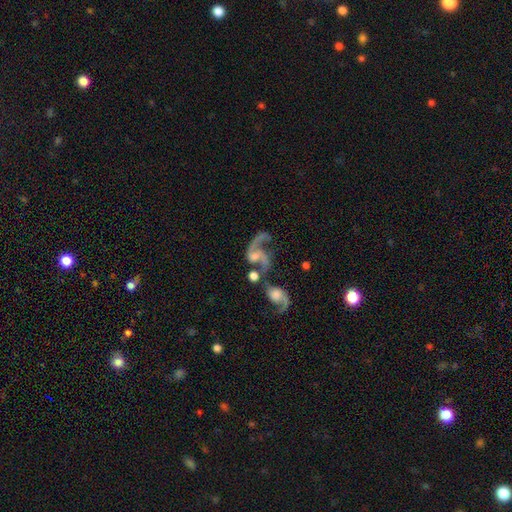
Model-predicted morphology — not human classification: type=featured or disk (81%); edge-on=no (97%); bar=no (57%); spiral arms=yes (91%); winding=loose (72%); arm count=2 (73%); bulge=small (37%); merging=merger (45%).